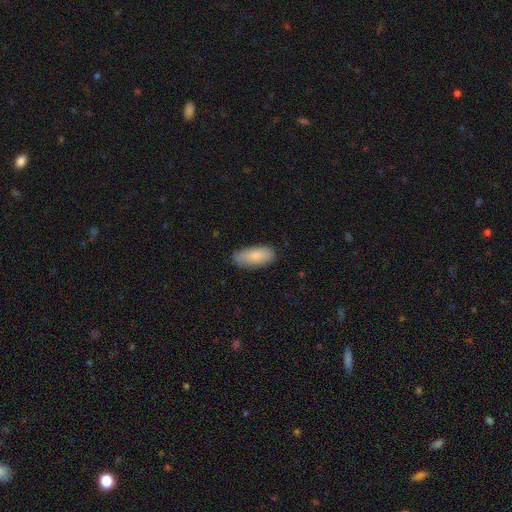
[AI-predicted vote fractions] Smooth or featured? Predicted: smooth (p=0.85). How rounded? Predicted: in between (p=0.86). Merging? Predicted: none (p=0.83).